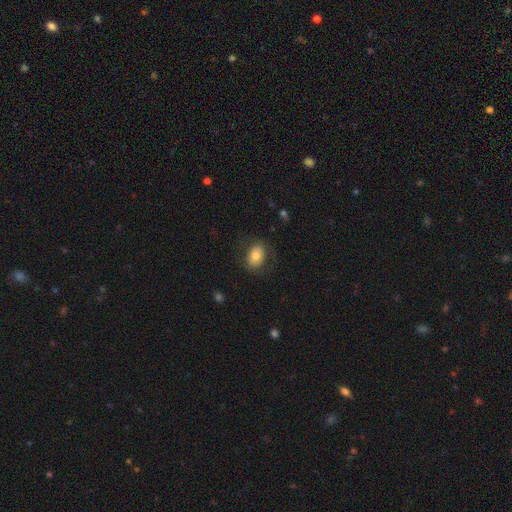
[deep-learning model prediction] A smooth galaxy with no disk features (73%) that is in between round and cigar-shaped (68%). Merging: none (76%).